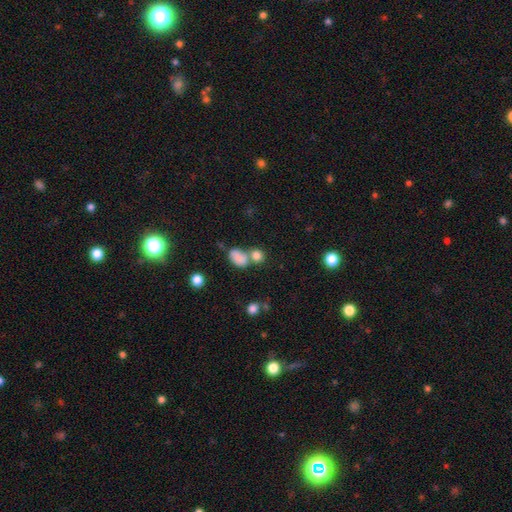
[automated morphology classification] The model was most divided on "merging": merger: 45%, none: 41%, minor disturbance: 9%, major disturbance: 5%. More confident: smooth or featured — smooth (79%); how rounded — round (53%).